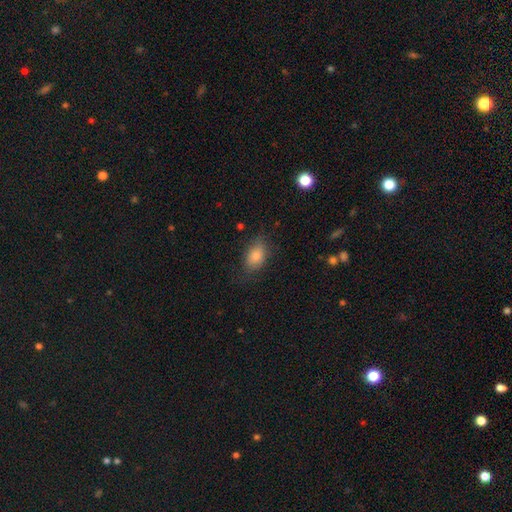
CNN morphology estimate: Smooth or featured?
  - smooth: 80% *
  - featured or disk: 11%
  - star or artifact: 9%
How rounded?
  - in between: 84% *
  - round: 14%
  - cigar-shaped: 3%
Merging?
  - none: 72% *
  - minor disturbance: 21%
  - major disturbance: 6%
  - merger: 1%